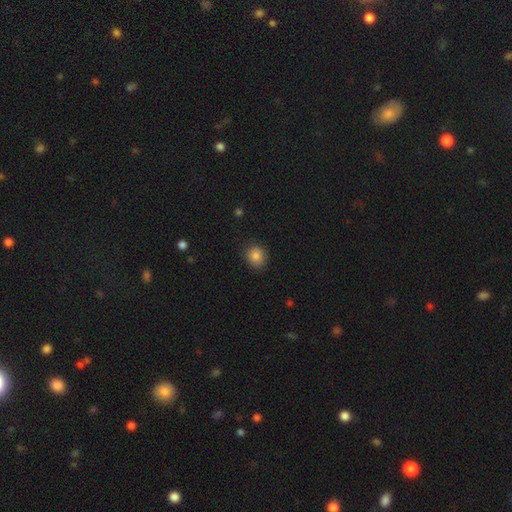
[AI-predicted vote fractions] Smooth or featured? smooth (85%)
How rounded? round (75%)
Merging? none (84%)